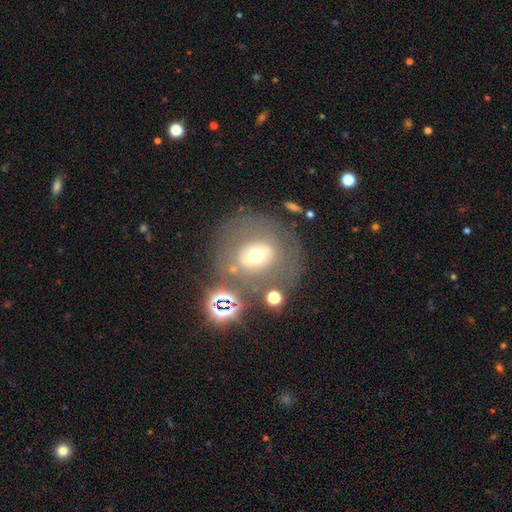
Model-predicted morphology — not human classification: Smooth or featured: featured or disk — 47% (smooth — 38%)
Merging: none — 65% (minor disturbance — 14%)